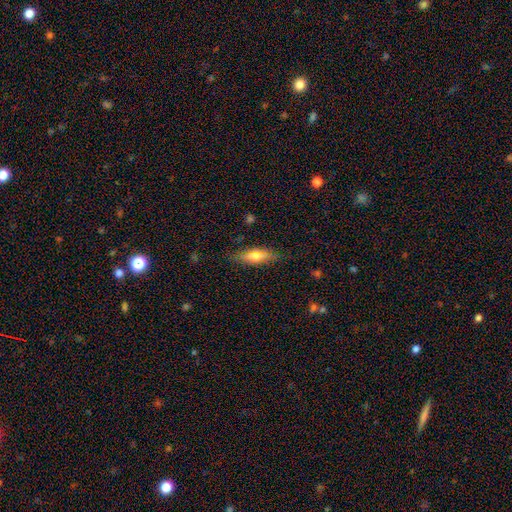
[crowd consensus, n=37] A smooth galaxy with no disk features (65%) that is in between round and cigar-shaped (62%). Merging: none (89%).